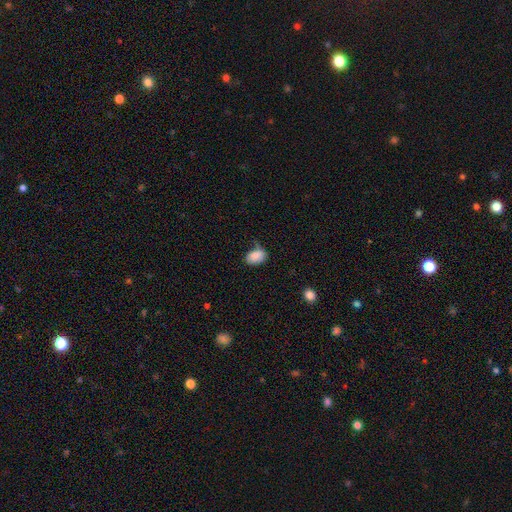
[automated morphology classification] The model was most divided on "merging": none: 56%, minor disturbance: 31%, major disturbance: 9%, merger: 4%. More confident: smooth or featured — smooth (86%); how rounded — in between (86%).